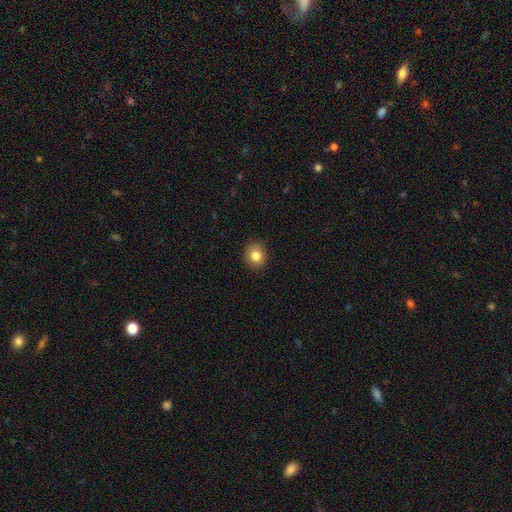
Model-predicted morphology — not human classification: This appears to be a smooth galaxy with no disk features (82%) that is round (75%). Merging: none (88%).